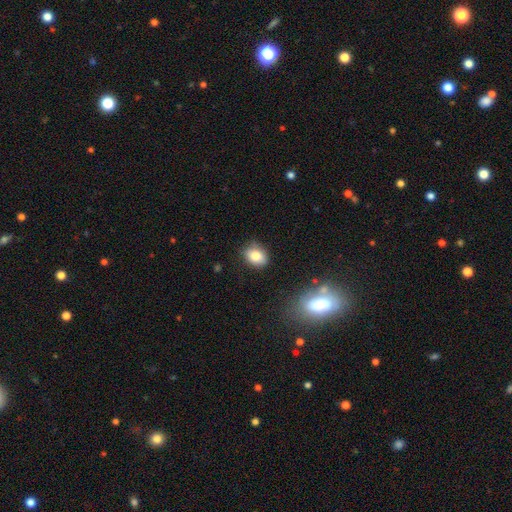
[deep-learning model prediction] Overall: smooth (81%). How rounded: in between (58%; round 41%). Merging: none (80%).